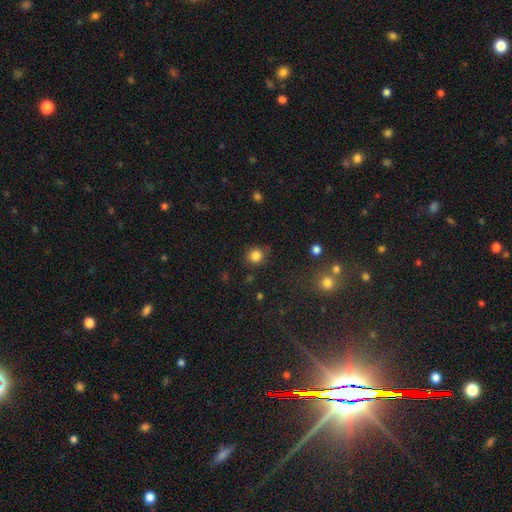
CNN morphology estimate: Q: Smooth or featured?
A: smooth (84%); runner-up: star or artifact (12%)
Q: How rounded?
A: round (89%); runner-up: in between (10%)
Q: Merging?
A: none (84%); runner-up: minor disturbance (10%)